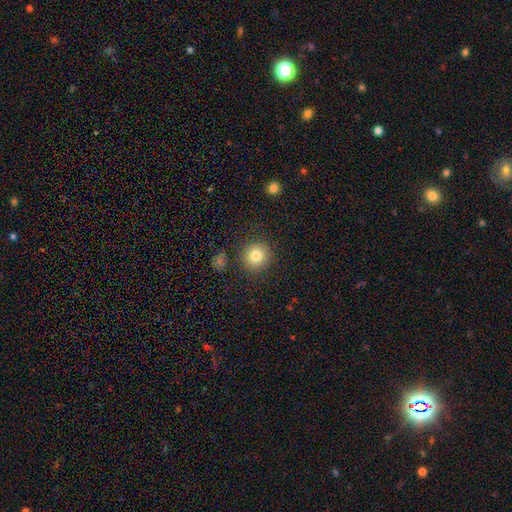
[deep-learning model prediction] Q: Smooth or featured?
A: smooth (81%); runner-up: star or artifact (11%)
Q: How rounded?
A: round (93%); runner-up: in between (6%)
Q: Merging?
A: none (87%); runner-up: minor disturbance (7%)